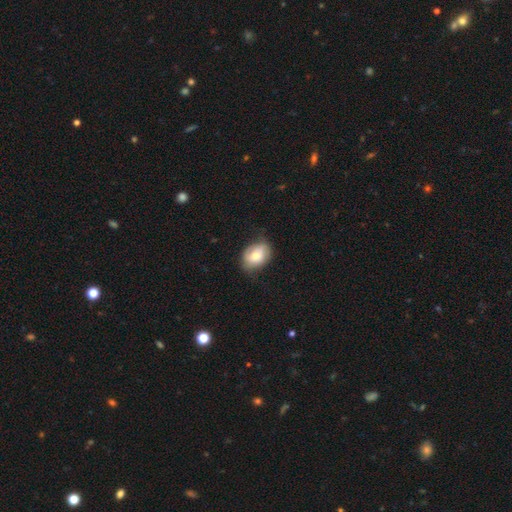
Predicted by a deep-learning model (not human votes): Smooth or featured? Predicted: smooth (p=0.69). How rounded? Predicted: in between (p=0.68). Merging? Predicted: none (p=0.69).